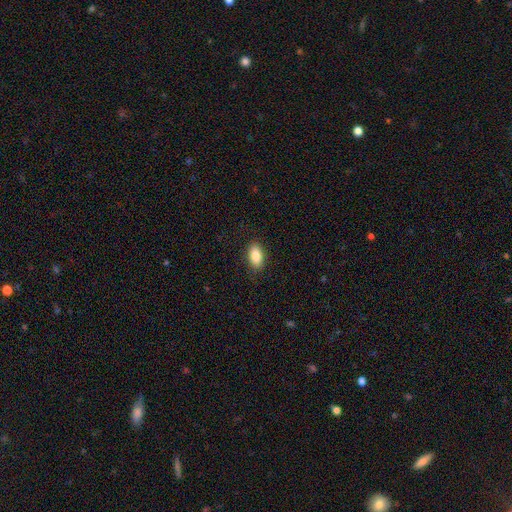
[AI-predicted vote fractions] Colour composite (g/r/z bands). It shows a smooth galaxy with no disk features (87%) that is in between round and cigar-shaped (91%). Merging: none (87%).